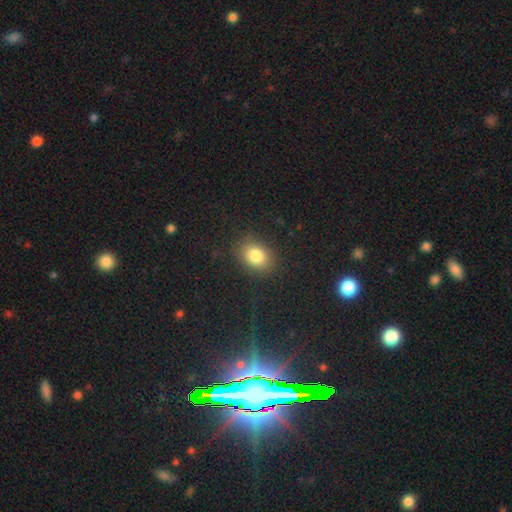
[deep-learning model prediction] Smooth or featured? smooth (82%)
How rounded? in between (67%)
Merging? none (85%)